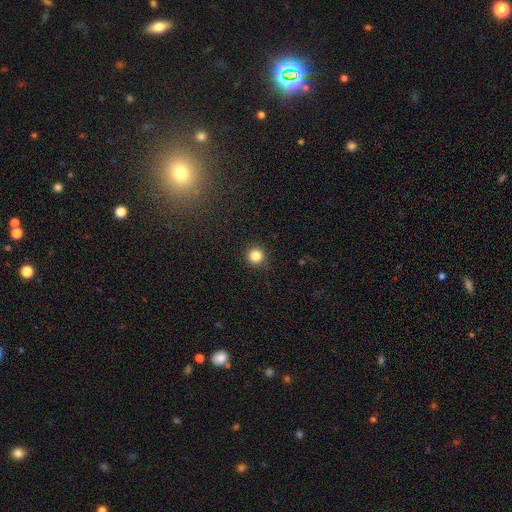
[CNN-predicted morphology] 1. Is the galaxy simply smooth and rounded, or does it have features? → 84% smooth, 12% star or artifact, 4% featured or disk.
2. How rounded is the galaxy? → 96% round, 3% in between, 1% cigar-shaped.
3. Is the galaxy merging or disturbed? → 92% none, 5% minor disturbance, 2% major disturbance, 1% merger.